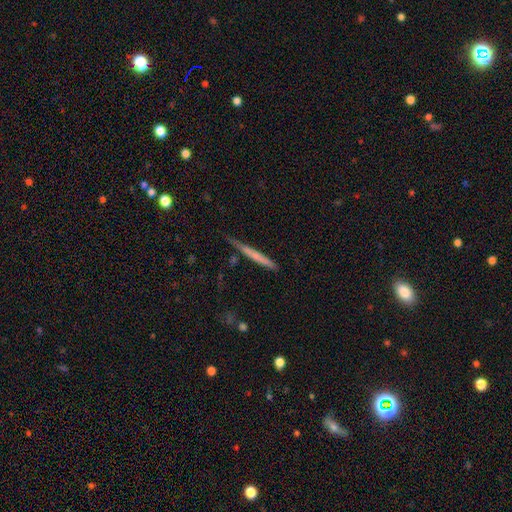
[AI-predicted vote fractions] Morphology: type=smooth (57%); roundness=cigar-shaped (96%); merging=none (74%).